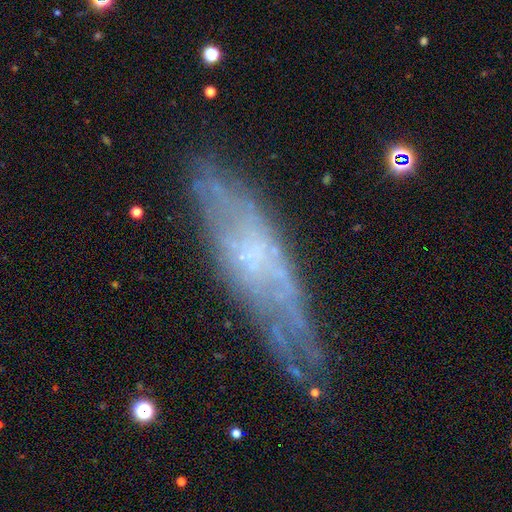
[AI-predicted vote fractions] Q: Smooth or featured?
A: featured or disk (62%); runner-up: smooth (29%)
Q: Edge-on disk?
A: no (54%); runner-up: yes (46%)
Q: Merging?
A: none (68%); runner-up: minor disturbance (21%)